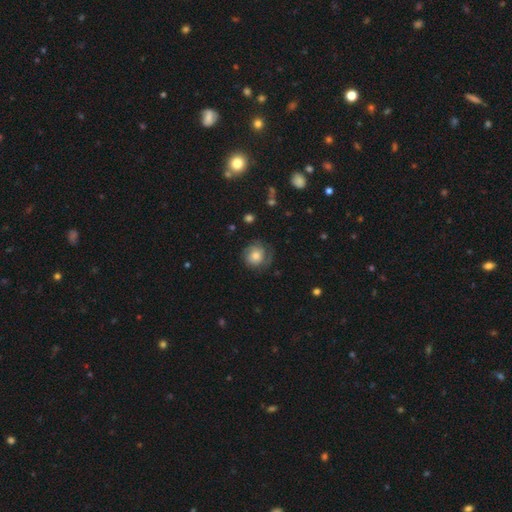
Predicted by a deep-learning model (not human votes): smooth 49%, featured or disk 43%, star or artifact 8%. Down the decision tree: merging — none (63%).